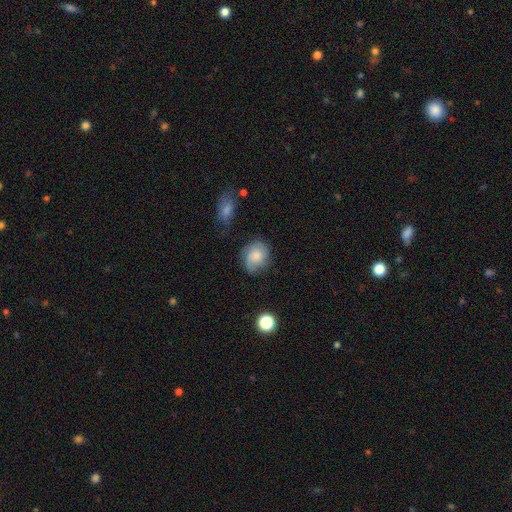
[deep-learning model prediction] Overall: smooth (58%; featured or disk 34%). How rounded: round (65%; in between 34%). Merging: none (62%; minor disturbance 26%).